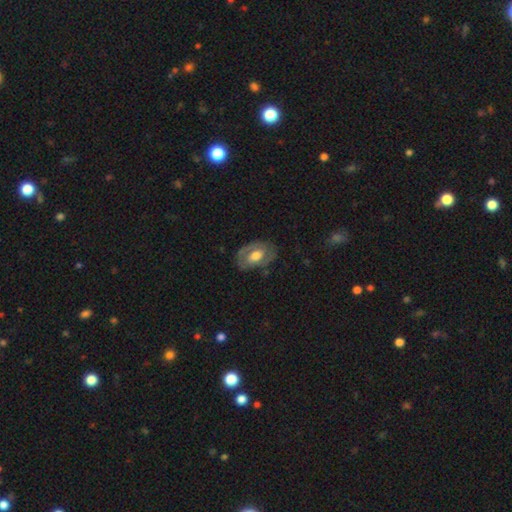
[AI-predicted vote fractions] featured or disk 58%, smooth 36%, star or artifact 6%. Down the decision tree: edge-on disk — no (93%); bar — no (57%); spiral arms — yes (53%); bulge size — moderate (55%); merging — none (70%).